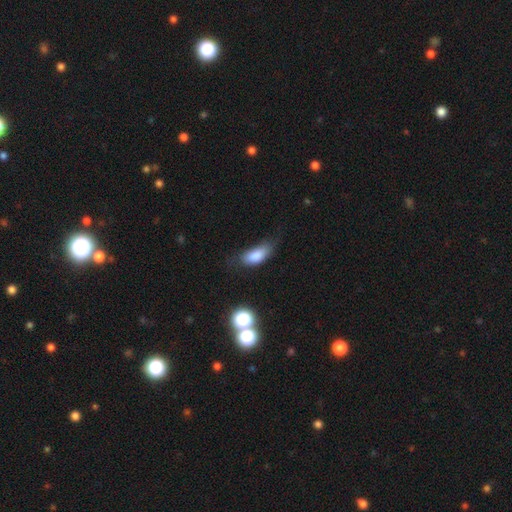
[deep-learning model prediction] The model was most divided on "merging": none: 48%, minor disturbance: 34%, major disturbance: 15%, merger: 3%. More confident: how rounded — in between (86%); smooth or featured — smooth (82%).